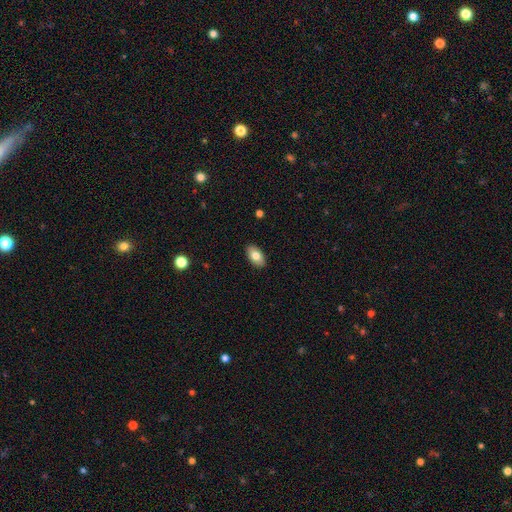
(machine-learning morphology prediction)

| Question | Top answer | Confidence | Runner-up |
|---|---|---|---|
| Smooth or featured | smooth | 80% | featured or disk (13%) |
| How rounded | in between | 93% | round (5%) |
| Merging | none | 89% | minor disturbance (8%) |